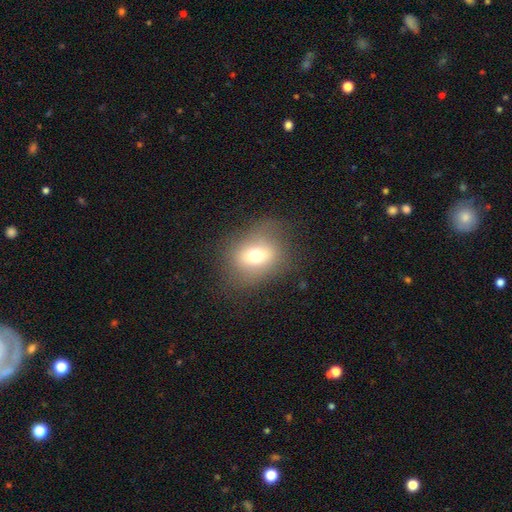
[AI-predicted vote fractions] Smooth or featured? Predicted: smooth (p=0.64). How rounded? Predicted: round (p=0.52). Merging? Predicted: none (p=0.70).